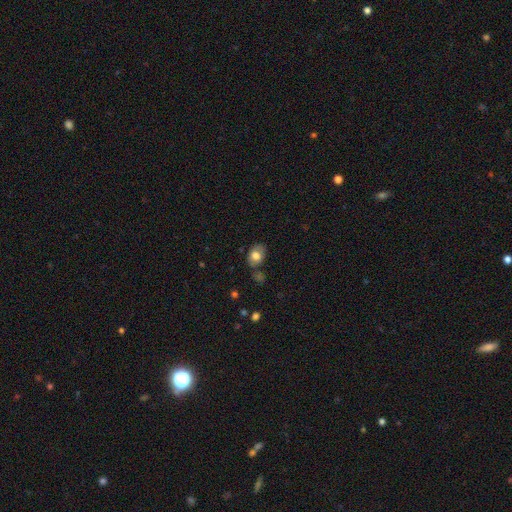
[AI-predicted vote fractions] Morphology: type=smooth (76%); roundness=in between (81%); merging=none (66%).